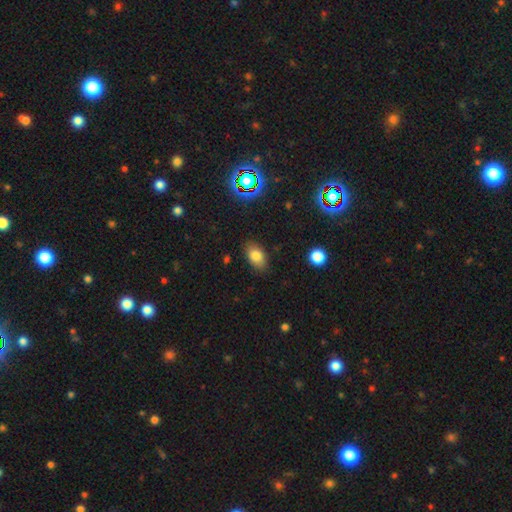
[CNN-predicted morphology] type=smooth (81%); roundness=in between (90%); merging=none (84%).